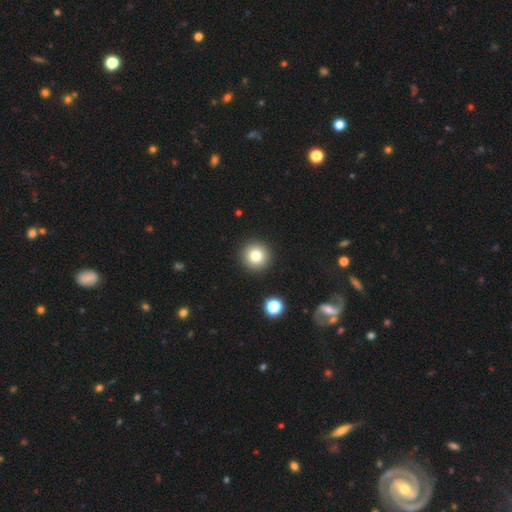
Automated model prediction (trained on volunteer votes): Smooth or featured? Predicted: smooth (p=0.80). How rounded? Predicted: round (p=0.95). Merging? Predicted: none (p=0.92).